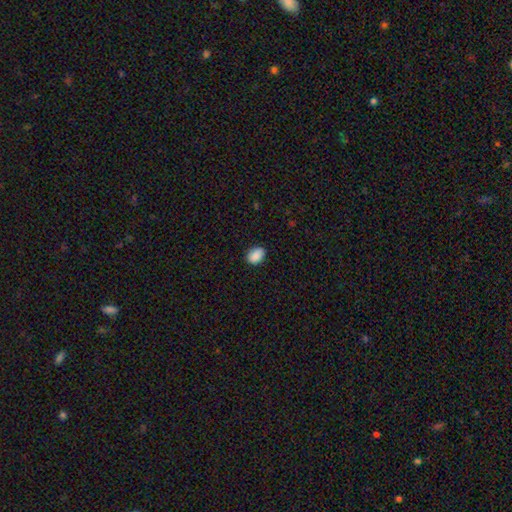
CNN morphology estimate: This is clearly a smooth galaxy (90%). How rounded: likely in between (77%). Merging: clearly none (86%).